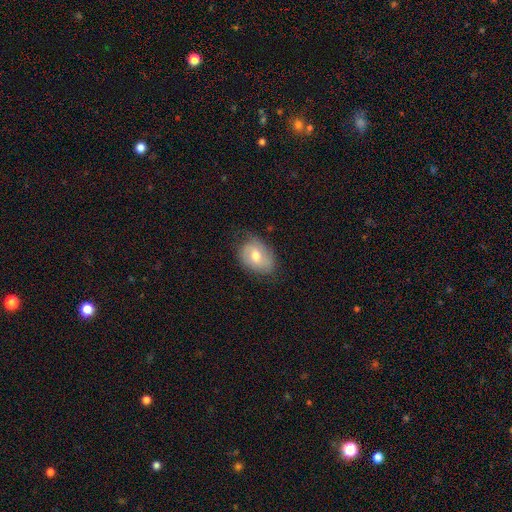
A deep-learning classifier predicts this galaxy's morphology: Smooth or featured? Predicted: smooth (p=0.57). How rounded? Predicted: in between (p=0.71). Merging? Predicted: none (p=0.67).